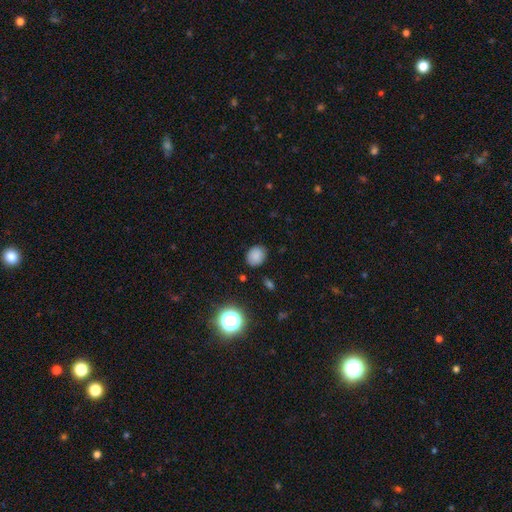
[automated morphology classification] Smooth or featured? Predicted: smooth (p=0.82). How rounded? Predicted: round (p=0.53). Merging? Predicted: none (p=0.82).